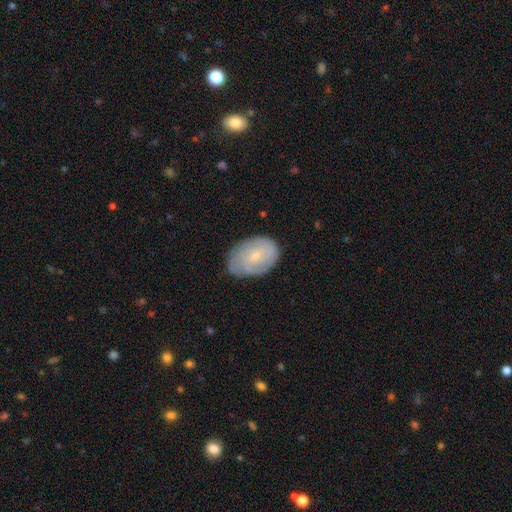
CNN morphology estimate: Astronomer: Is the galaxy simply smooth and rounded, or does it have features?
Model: featured or disk — 51% (runner-up: smooth, 42%).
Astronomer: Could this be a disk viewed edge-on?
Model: no — 96%.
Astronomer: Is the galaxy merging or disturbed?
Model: none — 71%.